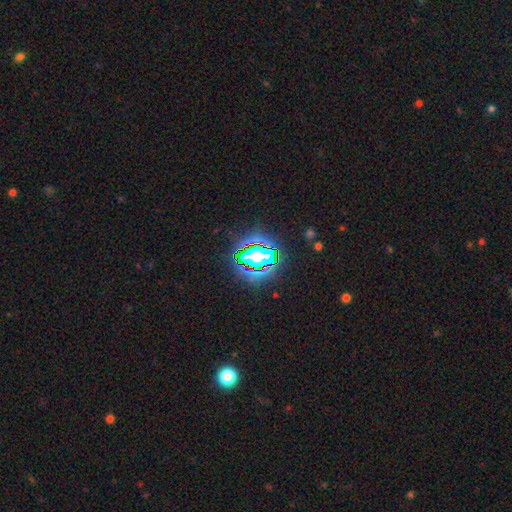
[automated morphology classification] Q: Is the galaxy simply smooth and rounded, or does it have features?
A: star or artifact — 76%.